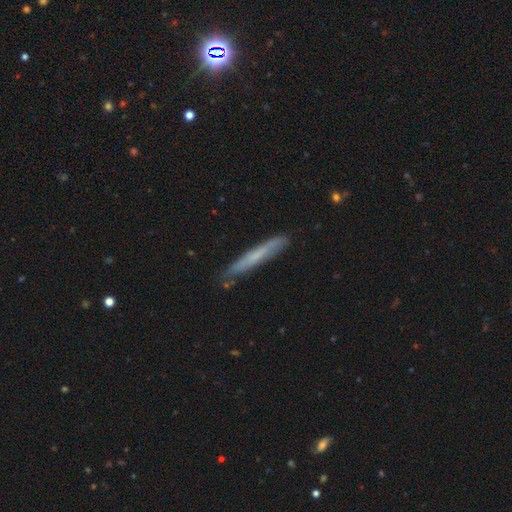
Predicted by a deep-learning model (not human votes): The model was most divided on "smooth or featured": smooth: 55%, featured or disk: 39%, star or artifact: 7%. More confident: how rounded — cigar-shaped (95%); merging — none (80%).